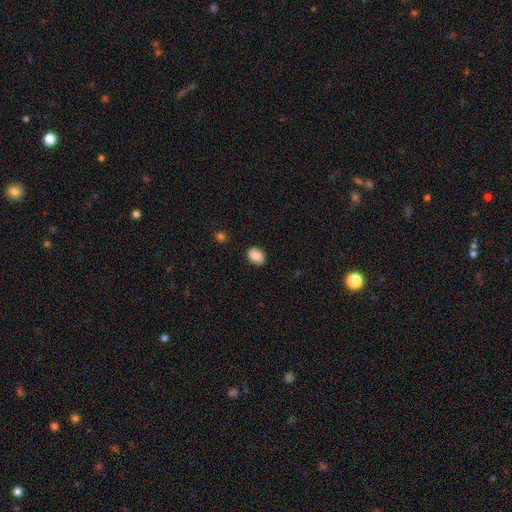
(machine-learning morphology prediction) This appears to be a smooth galaxy with no disk features (87%) that is in between round and cigar-shaped (73%). Merging: none (87%).